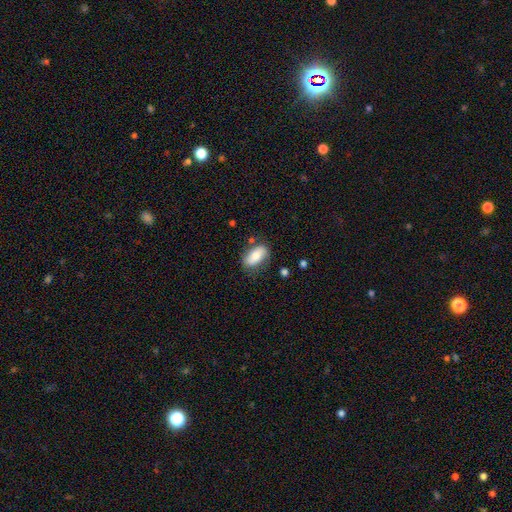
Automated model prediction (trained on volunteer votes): Smooth or featured: smooth — 70% (featured or disk — 23%)
How rounded: in between — 88% (cigar-shaped — 7%)
Merging: none — 75% (minor disturbance — 17%)